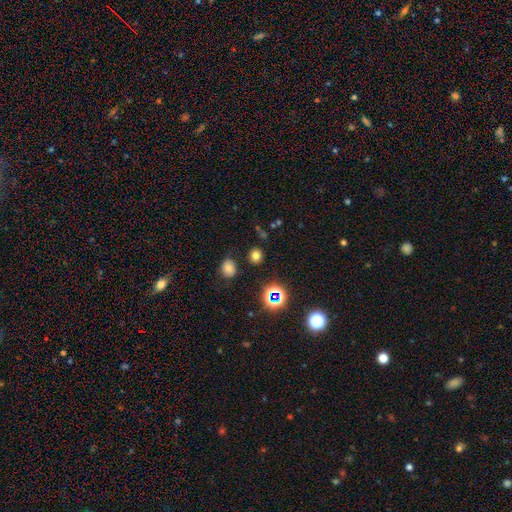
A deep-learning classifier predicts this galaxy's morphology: smooth_or_featured: smooth (p=0.70) [alt: star or artifact p=0.24]
how_rounded: round (p=0.78) [alt: in between p=0.21]
merging: none (p=0.85) [alt: minor disturbance p=0.09]